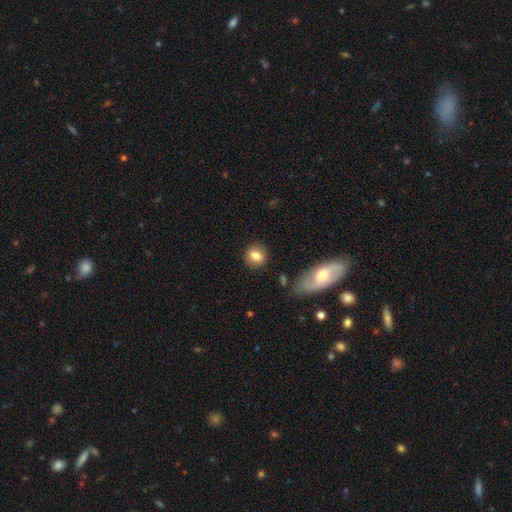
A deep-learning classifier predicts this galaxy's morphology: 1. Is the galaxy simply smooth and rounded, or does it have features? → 82% smooth, 10% featured or disk, 8% star or artifact.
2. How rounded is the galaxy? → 75% round, 23% in between, 1% cigar-shaped.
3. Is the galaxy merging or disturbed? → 85% none, 9% minor disturbance, 3% merger, 3% major disturbance.